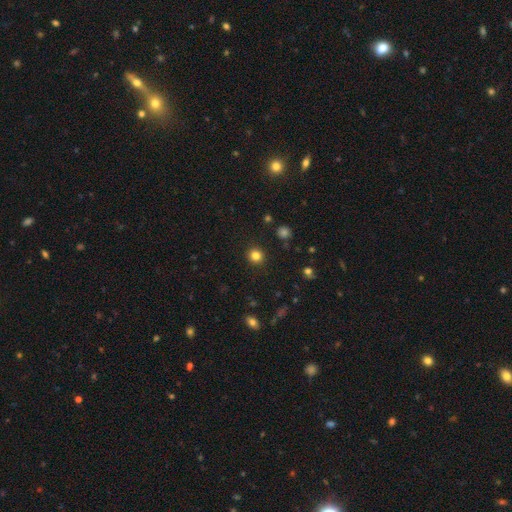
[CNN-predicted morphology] This appears to be a smooth galaxy with no disk features (83%) that is round (92%). Merging: none (92%).